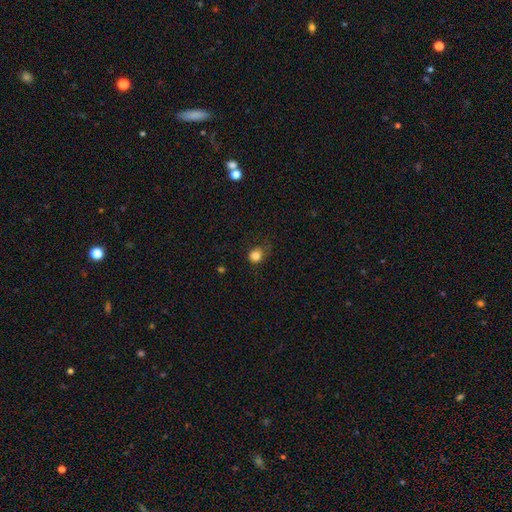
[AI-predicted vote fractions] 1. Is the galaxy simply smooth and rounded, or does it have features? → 83% smooth, 12% star or artifact, 5% featured or disk.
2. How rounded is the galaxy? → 75% round, 24% in between, 1% cigar-shaped.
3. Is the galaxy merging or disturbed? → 62% none, 26% minor disturbance, 10% major disturbance, 2% merger.